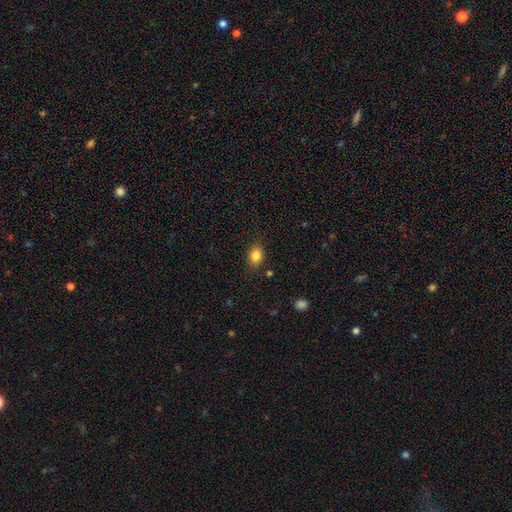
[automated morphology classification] Smooth or featured? smooth (84%)
How rounded? in between (67%)
Merging? none (84%)